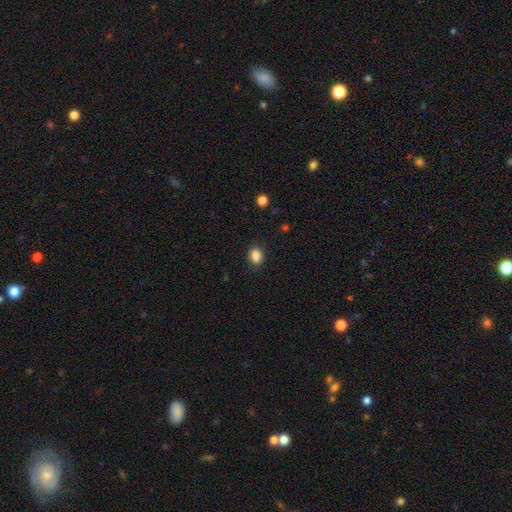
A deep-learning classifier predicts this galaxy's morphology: Smooth or featured? Predicted: smooth (p=0.87). How rounded? Predicted: in between (p=0.67). Merging? Predicted: none (p=0.87).